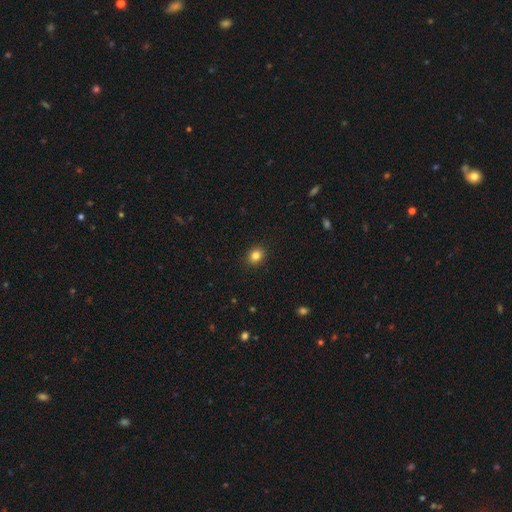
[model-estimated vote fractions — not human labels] Smooth or featured? smooth (83%)
How rounded? round (70%)
Merging? none (91%)